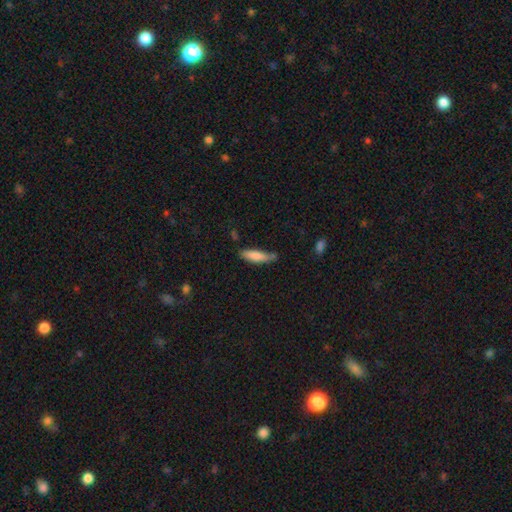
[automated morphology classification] smooth_or_featured: smooth (p=0.80) [alt: featured or disk p=0.14]
how_rounded: cigar-shaped (p=0.66) [alt: in between p=0.32]
merging: none (p=0.66) [alt: minor disturbance p=0.23]